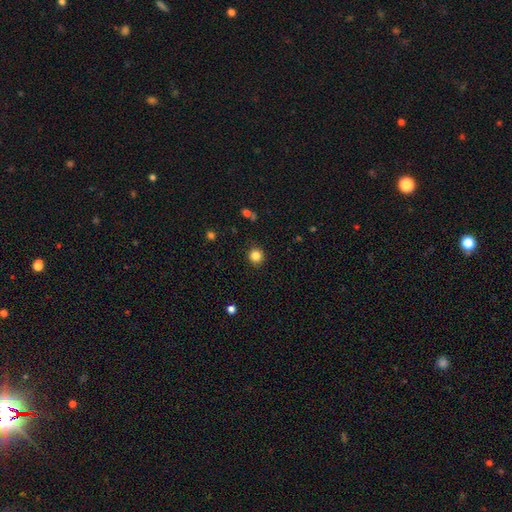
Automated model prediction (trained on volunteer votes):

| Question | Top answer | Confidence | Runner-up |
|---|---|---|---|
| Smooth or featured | smooth | 84% | star or artifact (11%) |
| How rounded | round | 93% | in between (6%) |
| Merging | none | 90% | minor disturbance (6%) |